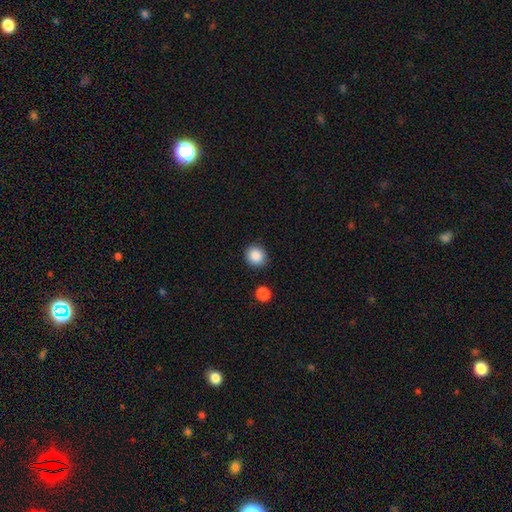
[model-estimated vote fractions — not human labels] smooth-or-featured: smooth: 88% | star or artifact: 9% | featured or disk: 3%
  how-rounded: round: 85% | in between: 14% | cigar-shaped: 1%
  merging: none: 88% | minor disturbance: 7% | major disturbance: 2% | merger: 2%